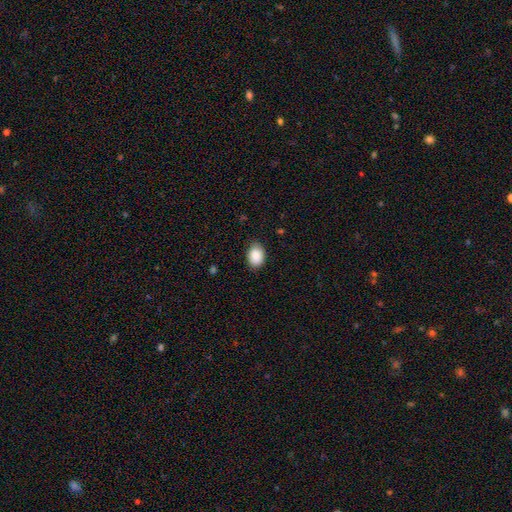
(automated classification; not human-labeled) Smooth or featured: smooth — 89% (star or artifact — 7%)
How rounded: in between — 81% (round — 18%)
Merging: none — 82% (minor disturbance — 15%)